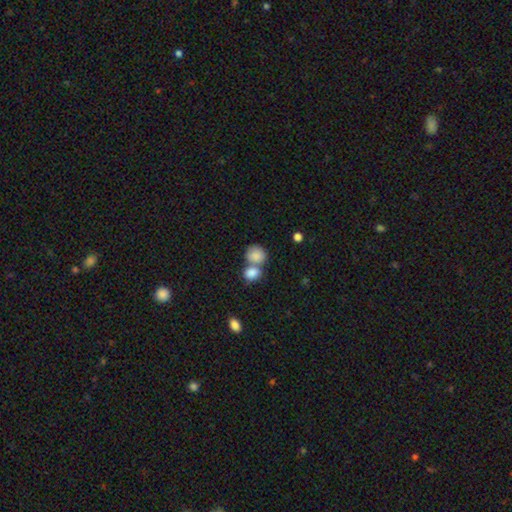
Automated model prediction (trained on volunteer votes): Smooth or featured? Predicted: smooth (p=0.84). How rounded? Predicted: round (p=0.62). Merging? Predicted: merger (p=0.57).